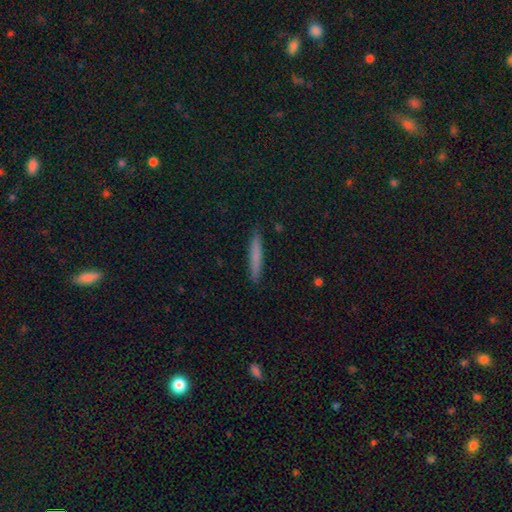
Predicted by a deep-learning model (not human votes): Smooth or featured: smooth — 72% (featured or disk — 21%)
How rounded: cigar-shaped — 95% (in between — 3%)
Merging: none — 90% (minor disturbance — 7%)